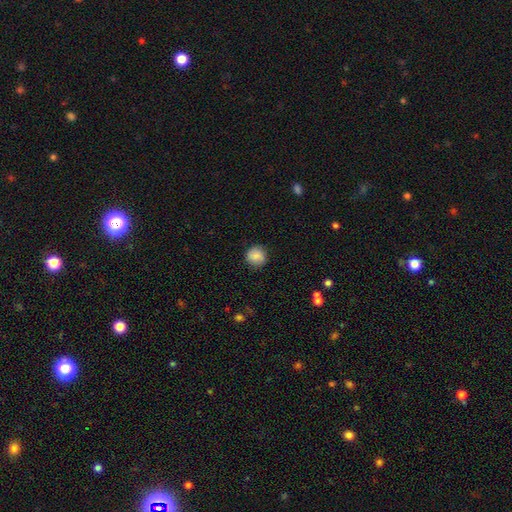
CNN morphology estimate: Smooth or featured?
  - smooth: 86% *
  - star or artifact: 8%
  - featured or disk: 6%
How rounded?
  - round: 91% *
  - in between: 8%
  - cigar-shaped: 1%
Merging?
  - none: 86% *
  - minor disturbance: 10%
  - major disturbance: 3%
  - merger: 1%